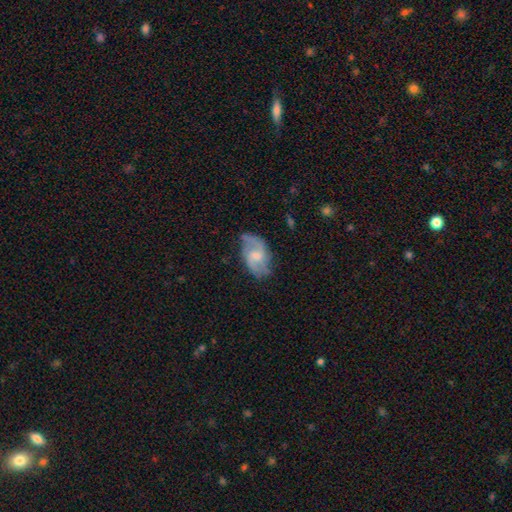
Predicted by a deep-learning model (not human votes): This is likely a featured or disk galaxy (77%). It is clearly not viewed edge-on (97%). Bar: possibly weak (53%). Spiral arm pattern: clearly yes (93%). Spiral arm count: clearly 2 (81%). Spiral winding: possibly medium (49%). Central bulge: marginally moderate (43%). Merging: likely none (66%).